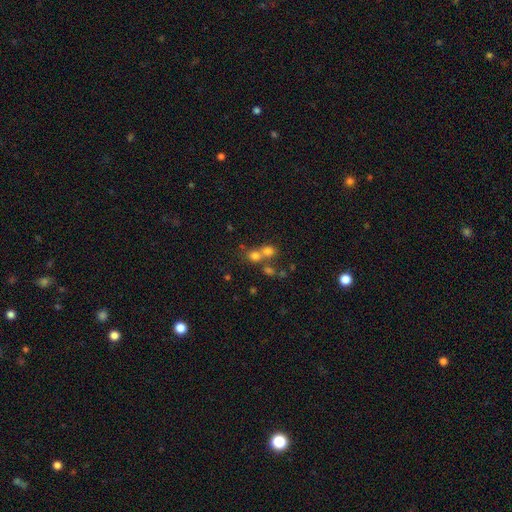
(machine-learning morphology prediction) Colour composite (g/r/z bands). It shows a smooth galaxy with no disk features (67%) that is round (78%). Merging: merger (54%).